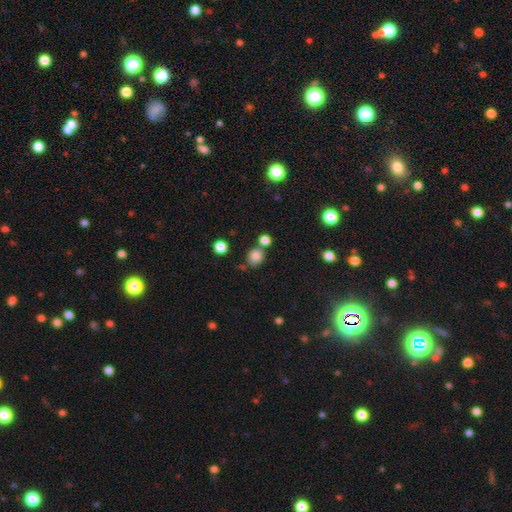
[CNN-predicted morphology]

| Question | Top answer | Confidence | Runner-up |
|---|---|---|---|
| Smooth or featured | smooth | 81% | star or artifact (12%) |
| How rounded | round | 75% | in between (24%) |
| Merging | none | 65% | merger (20%) |